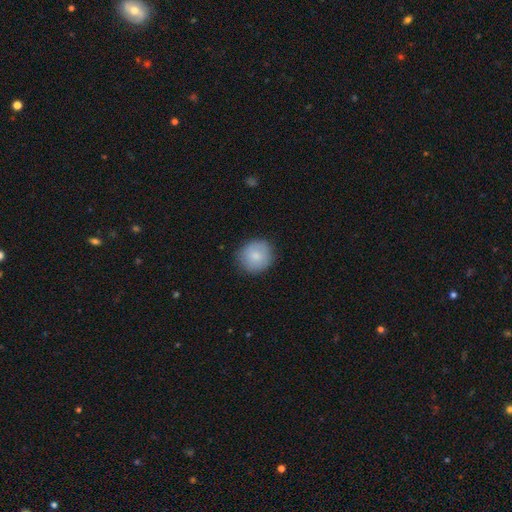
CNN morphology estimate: A smooth galaxy with no disk features (83%) that is round (89%). Merging: none (84%).